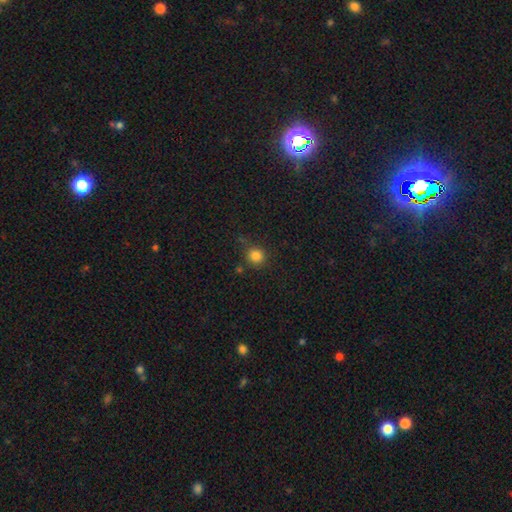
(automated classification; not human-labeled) Smooth or featured? smooth (84%)
How rounded? round (91%)
Merging? none (79%)